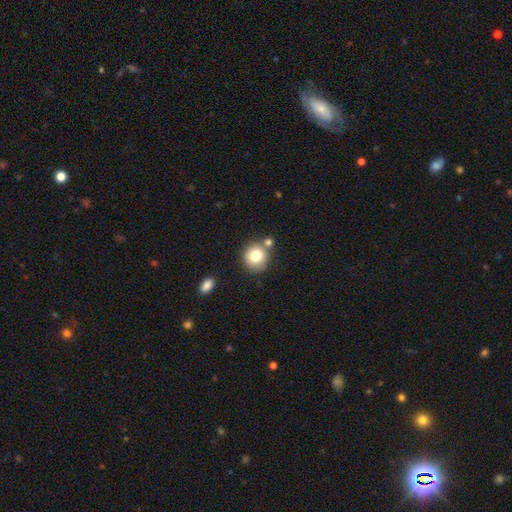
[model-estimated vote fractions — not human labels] This appears to be a smooth galaxy with no disk features (79%) that is round (88%). Merging: none (69%).